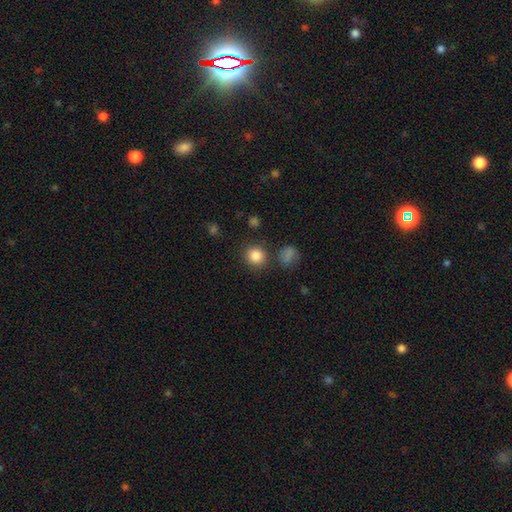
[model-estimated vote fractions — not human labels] Smooth or featured? smooth (85%)
How rounded? round (89%)
Merging? none (82%)